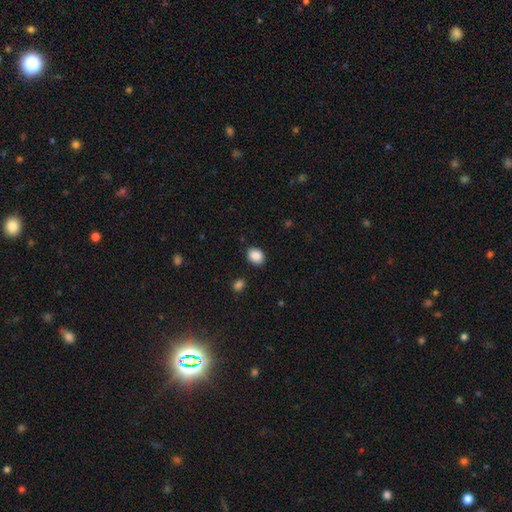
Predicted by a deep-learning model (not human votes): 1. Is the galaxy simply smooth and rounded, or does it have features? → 89% smooth, 8% star or artifact, 3% featured or disk.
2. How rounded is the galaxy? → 61% in between, 38% round, 1% cigar-shaped.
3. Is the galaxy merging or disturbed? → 86% none, 10% minor disturbance, 2% major disturbance, 2% merger.